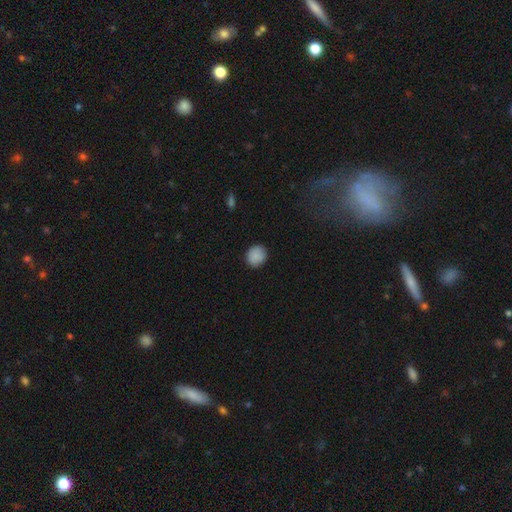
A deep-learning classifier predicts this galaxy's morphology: This is clearly a smooth galaxy (88%). How rounded: clearly round (84%). Merging: clearly none (86%).